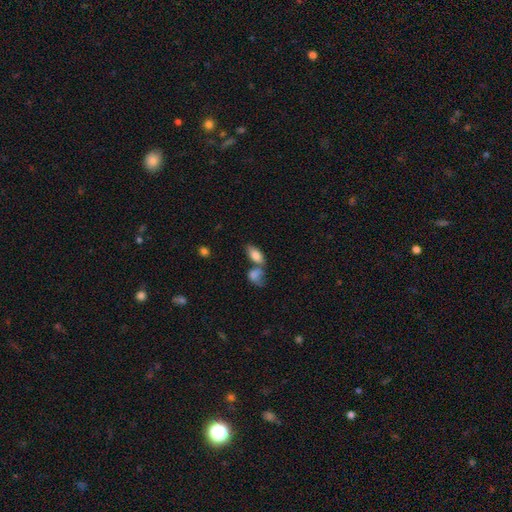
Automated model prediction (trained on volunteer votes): smooth-or-featured: smooth: 79% | featured or disk: 13% | star or artifact: 8%
  how-rounded: in between: 88% | cigar-shaped: 6% | round: 5%
  merging: merger: 42% | none: 39% | minor disturbance: 12% | major disturbance: 6%